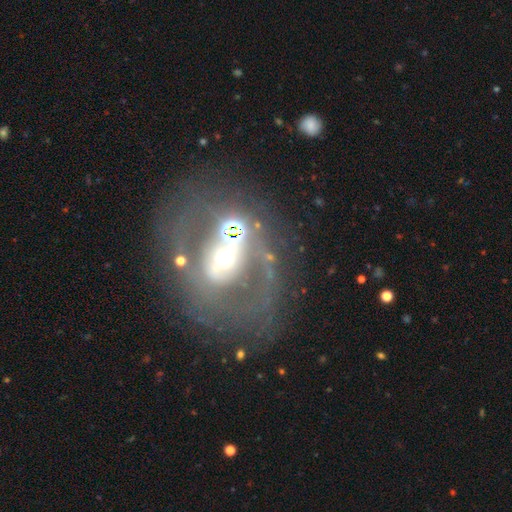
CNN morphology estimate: type=featured or disk (70%); edge-on=no (94%); bar=no (51%); spiral arms=no (59%); bulge=moderate (53%); merging=none (60%).